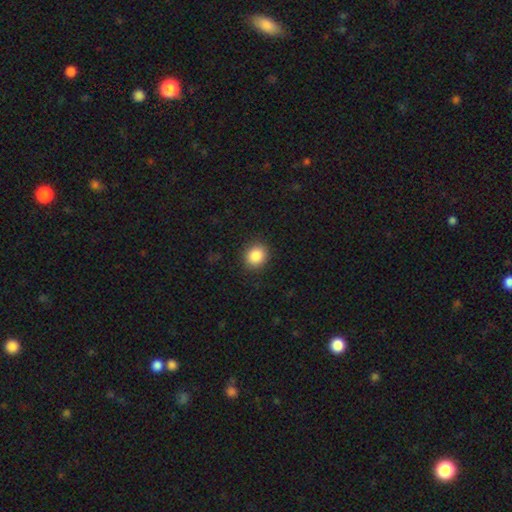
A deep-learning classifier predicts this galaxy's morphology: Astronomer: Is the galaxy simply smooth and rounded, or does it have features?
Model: smooth — 87%.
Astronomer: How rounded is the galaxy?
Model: round — 75%.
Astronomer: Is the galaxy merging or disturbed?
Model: none — 89%.